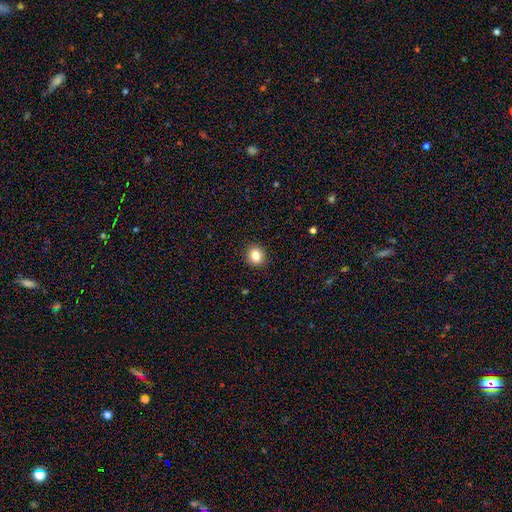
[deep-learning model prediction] Smooth or featured? smooth (83%)
How rounded? round (80%)
Merging? none (91%)